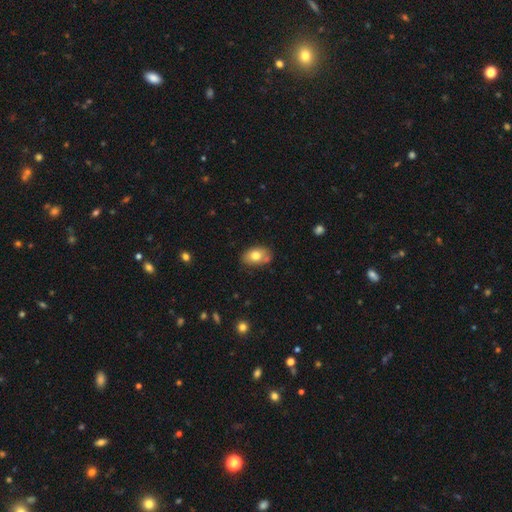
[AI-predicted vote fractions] smooth_or_featured: smooth (p=0.75) [alt: featured or disk p=0.17]
how_rounded: in between (p=0.85) [alt: round p=0.14]
merging: none (p=0.71) [alt: minor disturbance p=0.19]